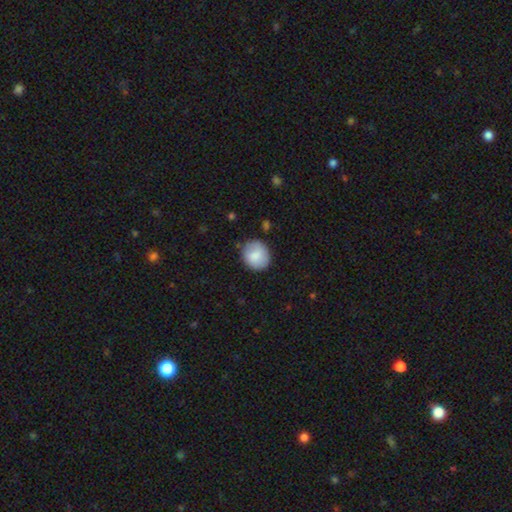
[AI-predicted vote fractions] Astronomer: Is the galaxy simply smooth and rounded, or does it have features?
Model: smooth — 83%.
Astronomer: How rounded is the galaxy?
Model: round — 76%.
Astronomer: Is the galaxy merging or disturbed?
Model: none — 78%.